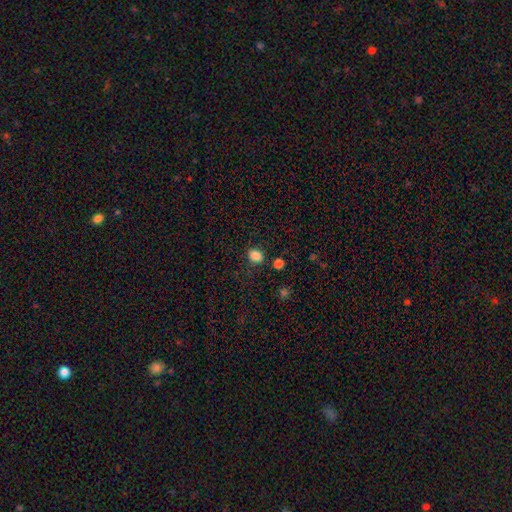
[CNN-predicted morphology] Smooth or featured? smooth (85%)
How rounded? in between (60%)
Merging? none (80%)